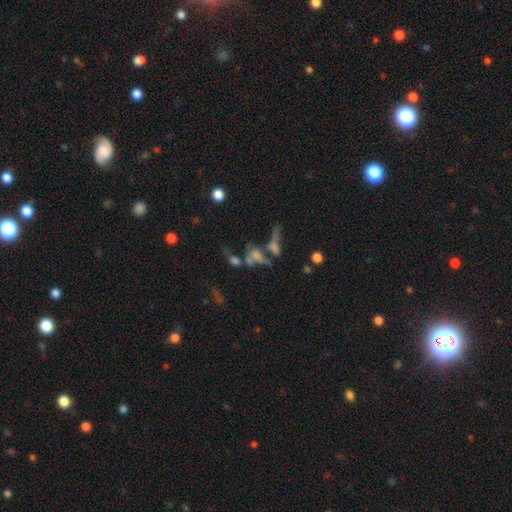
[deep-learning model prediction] Smooth or featured? Predicted: smooth (p=0.41). Merging? Predicted: merger (p=0.46).